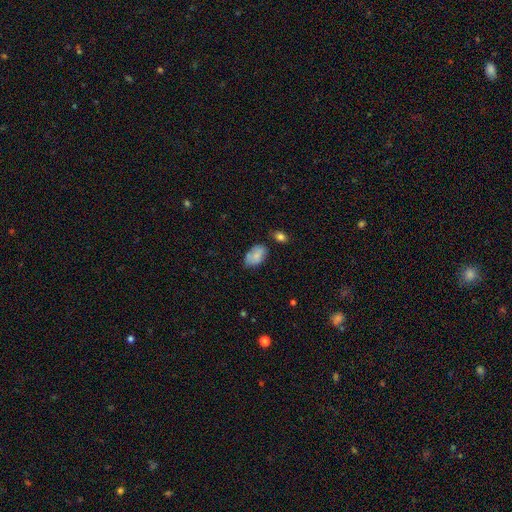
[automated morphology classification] smooth-or-featured: smooth: 78% | featured or disk: 14% | star or artifact: 8%
  how-rounded: in between: 92% | round: 6% | cigar-shaped: 2%
  merging: none: 60% | minor disturbance: 27% | merger: 7% | major disturbance: 6%